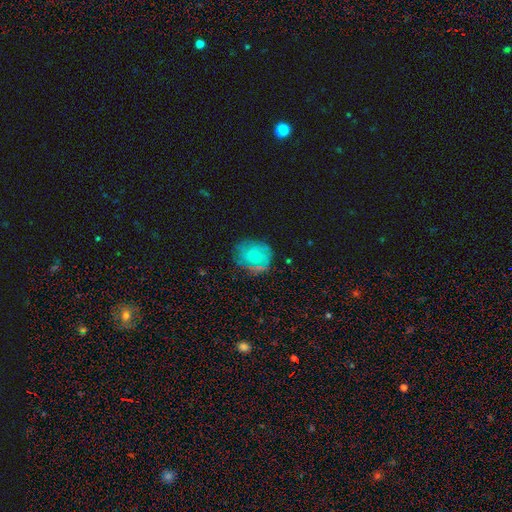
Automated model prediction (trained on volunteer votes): Smooth or featured? Predicted: smooth (p=0.53). How rounded? Predicted: round (p=0.68). Merging? Predicted: none (p=0.65).